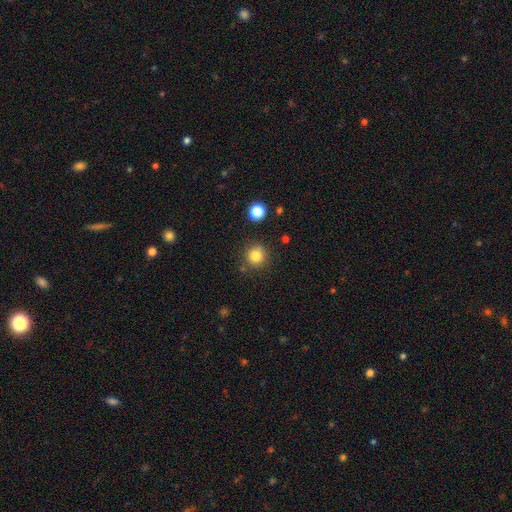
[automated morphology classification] Q: Smooth or featured?
A: smooth (82%); runner-up: star or artifact (12%)
Q: How rounded?
A: round (93%); runner-up: in between (6%)
Q: Merging?
A: none (85%); runner-up: minor disturbance (8%)